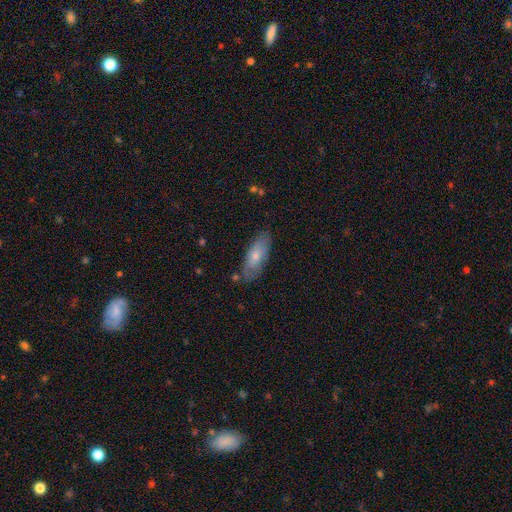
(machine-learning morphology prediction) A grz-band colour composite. It shows a smooth galaxy with no disk features (66%) that is in between round and cigar-shaped (73%). Merging: none (76%).